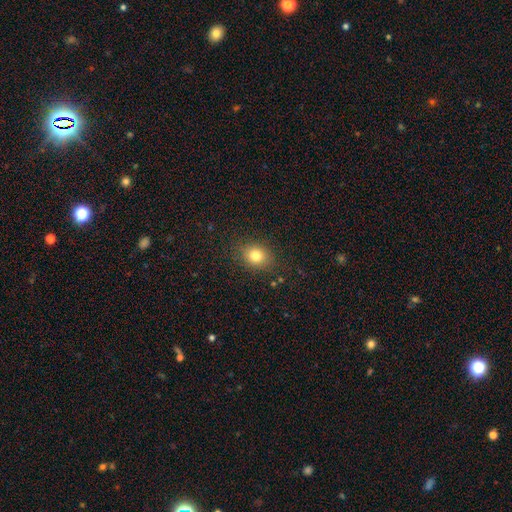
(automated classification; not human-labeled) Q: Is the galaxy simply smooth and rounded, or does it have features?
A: smooth — 80%.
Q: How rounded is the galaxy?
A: round — 52%.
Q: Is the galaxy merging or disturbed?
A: none — 85%.